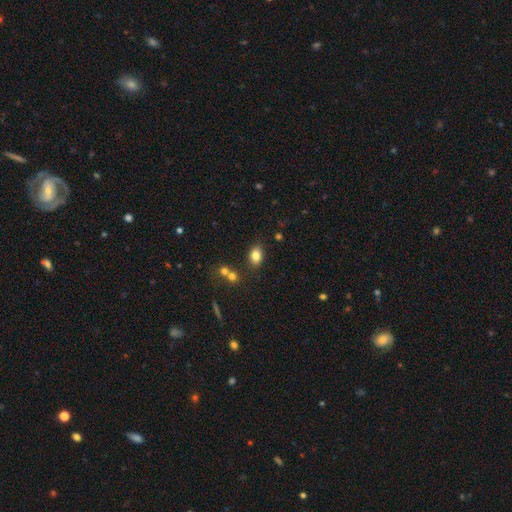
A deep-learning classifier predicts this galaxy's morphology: The model was most divided on "how rounded": in between: 78%, round: 21%, cigar-shaped: 1%. More confident: smooth or featured — smooth (81%); merging — none (79%).